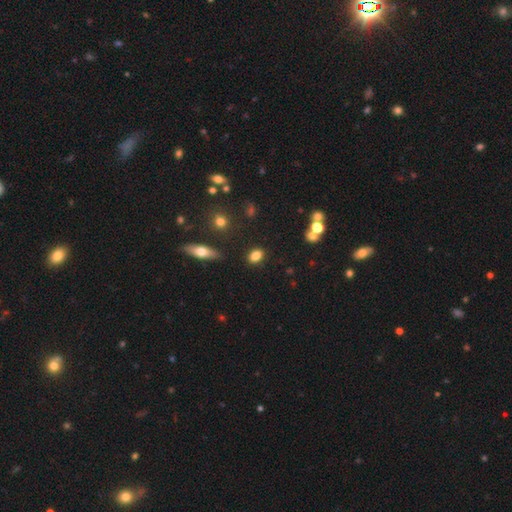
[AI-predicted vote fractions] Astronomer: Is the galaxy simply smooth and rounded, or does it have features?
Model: smooth — 83%.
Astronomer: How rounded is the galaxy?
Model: in between — 76%.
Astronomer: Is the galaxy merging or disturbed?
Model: none — 85%.